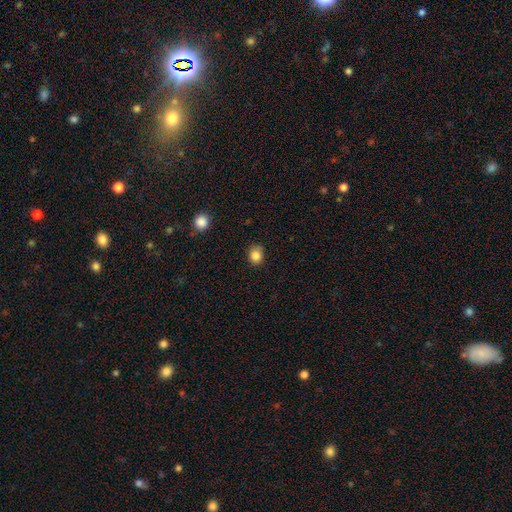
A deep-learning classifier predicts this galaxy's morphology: Q: Smooth or featured?
A: smooth (84%); runner-up: star or artifact (11%)
Q: How rounded?
A: round (69%); runner-up: in between (31%)
Q: Merging?
A: none (79%); runner-up: minor disturbance (17%)